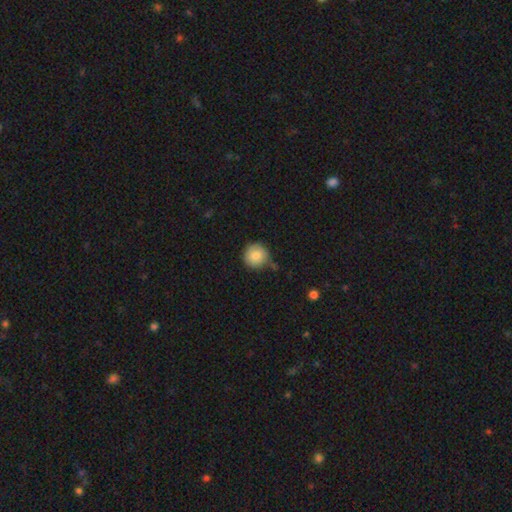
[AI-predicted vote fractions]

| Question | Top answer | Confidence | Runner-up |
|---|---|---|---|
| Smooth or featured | smooth | 84% | featured or disk (8%) |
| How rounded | round | 95% | in between (4%) |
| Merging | none | 70% | minor disturbance (20%) |